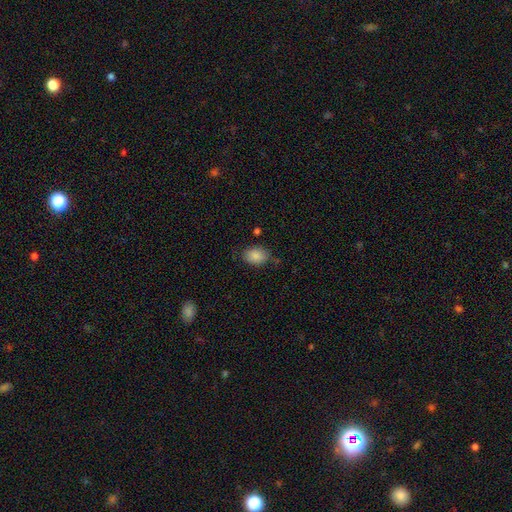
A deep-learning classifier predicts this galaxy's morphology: Smooth or featured: smooth — 87% (star or artifact — 8%)
How rounded: in between — 78% (round — 21%)
Merging: none — 74% (minor disturbance — 19%)